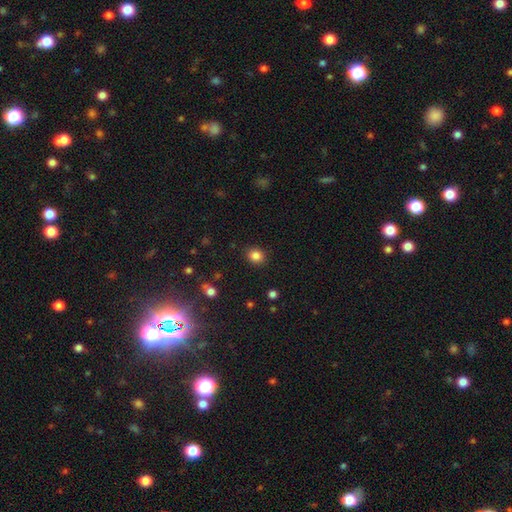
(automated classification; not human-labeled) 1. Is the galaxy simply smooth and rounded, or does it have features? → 84% smooth, 11% star or artifact, 4% featured or disk.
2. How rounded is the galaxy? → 76% round, 23% in between, 1% cigar-shaped.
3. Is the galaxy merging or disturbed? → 89% none, 7% minor disturbance, 2% major disturbance, 1% merger.